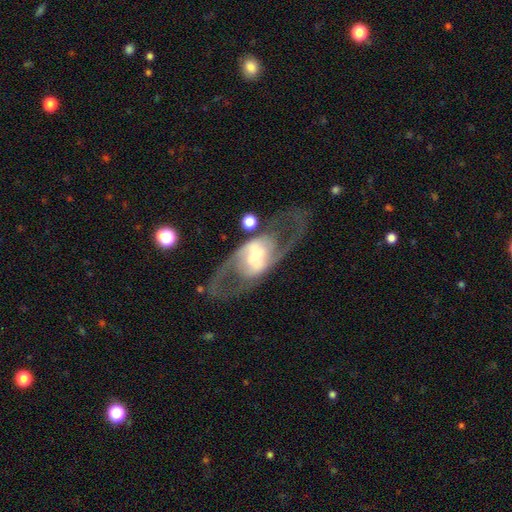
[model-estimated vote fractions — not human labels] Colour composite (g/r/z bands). It shows a featured or disk galaxy (78%) with a weak bar (36%), 2 (81%) medium (49%) spiral arms (72%) and a moderate central bulge (47%). Merging: none (60%).